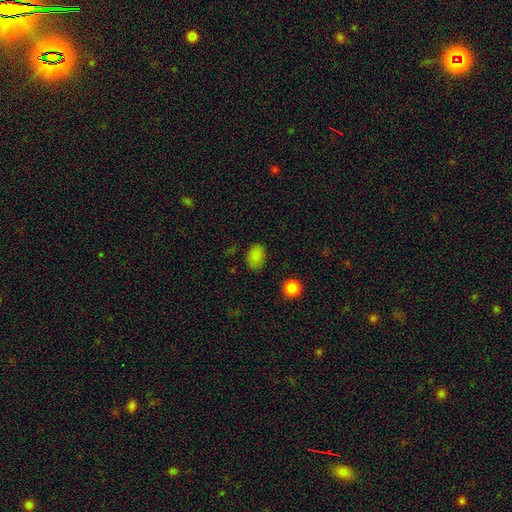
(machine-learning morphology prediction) This is clearly a smooth galaxy (84%). How rounded: likely in between (76%). Merging: clearly none (81%).